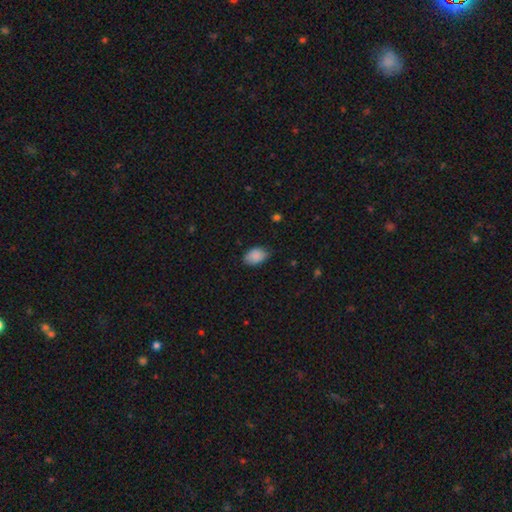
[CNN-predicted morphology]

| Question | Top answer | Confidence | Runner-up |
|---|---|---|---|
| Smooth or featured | smooth | 88% | star or artifact (7%) |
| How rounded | in between | 89% | round (10%) |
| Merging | none | 71% | minor disturbance (24%) |